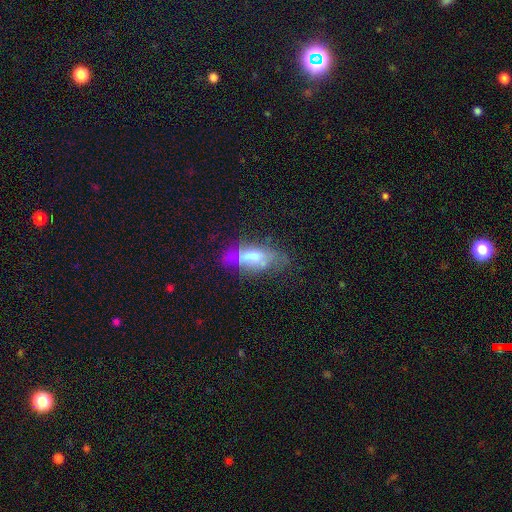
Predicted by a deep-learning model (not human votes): smooth-or-featured: smooth: 48% | featured or disk: 40% | star or artifact: 12%
  merging: major disturbance: 32% | none: 29% | minor disturbance: 25% | merger: 14%